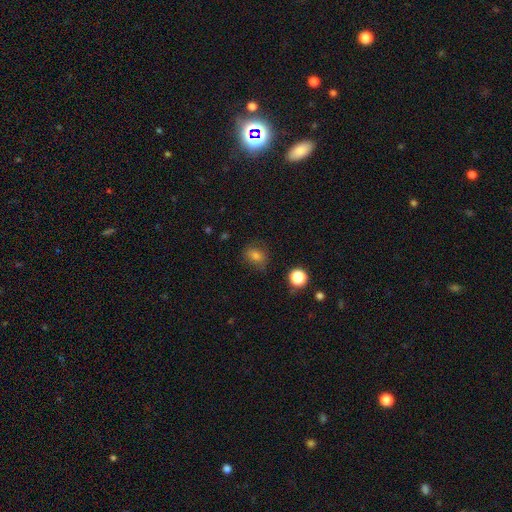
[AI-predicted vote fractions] A smooth galaxy with no disk features (77%) that is in between round and cigar-shaped (51%).

Vote fractions:
- Smooth or featured? smooth: 77% / star or artifact: 13% / featured or disk: 10%
- How rounded? in between: 51% / round: 48% / cigar-shaped: 1%
- Merging? none: 74% / minor disturbance: 18% / major disturbance: 6% / merger: 2%